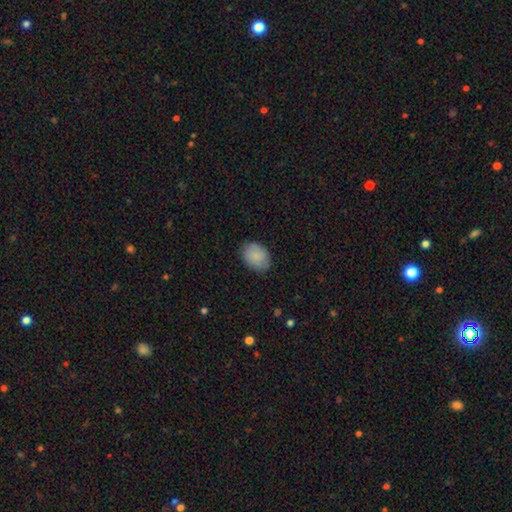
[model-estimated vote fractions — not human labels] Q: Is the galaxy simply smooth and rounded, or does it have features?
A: smooth — 86%.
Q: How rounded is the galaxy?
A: in between — 65%.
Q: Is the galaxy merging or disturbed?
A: none — 82%.